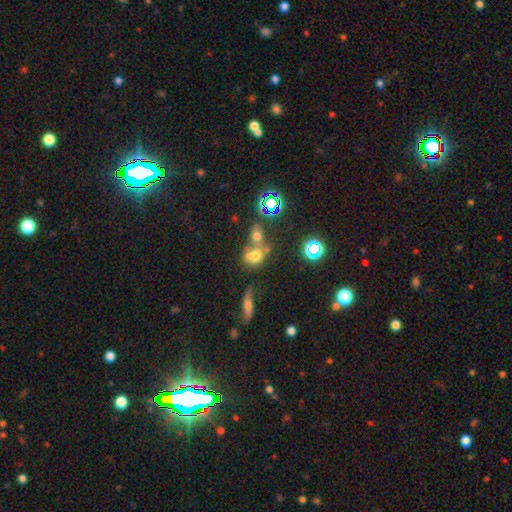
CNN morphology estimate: A smooth galaxy with no disk features (57%) that is round (49%).

Vote fractions:
- Smooth or featured? smooth: 57% / star or artifact: 23% / featured or disk: 20%
- How rounded? round: 49% / in between: 48% / cigar-shaped: 3%
- Merging? merger: 57% / none: 26% / minor disturbance: 10% / major disturbance: 7%